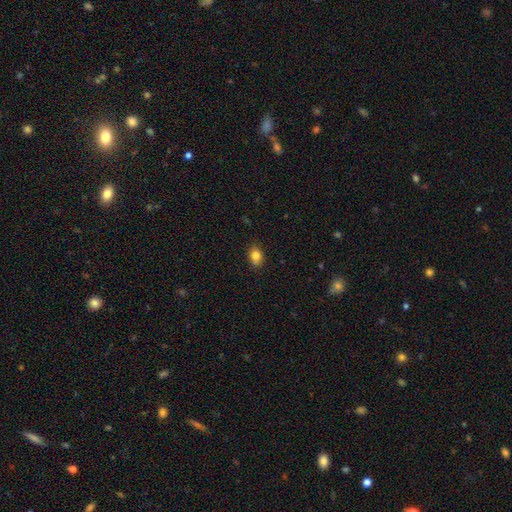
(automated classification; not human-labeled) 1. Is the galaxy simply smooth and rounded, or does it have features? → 82% smooth, 10% star or artifact, 8% featured or disk.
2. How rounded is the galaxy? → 66% in between, 32% round, 2% cigar-shaped.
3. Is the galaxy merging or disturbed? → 81% none, 15% minor disturbance, 2% major disturbance, 2% merger.